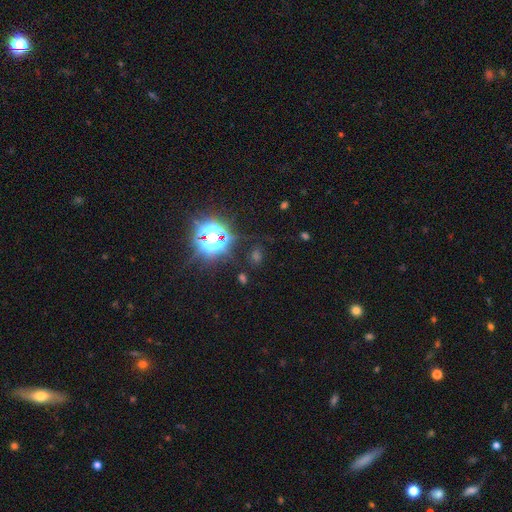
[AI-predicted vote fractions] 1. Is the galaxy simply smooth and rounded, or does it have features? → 66% star or artifact, 25% smooth, 9% featured or disk.